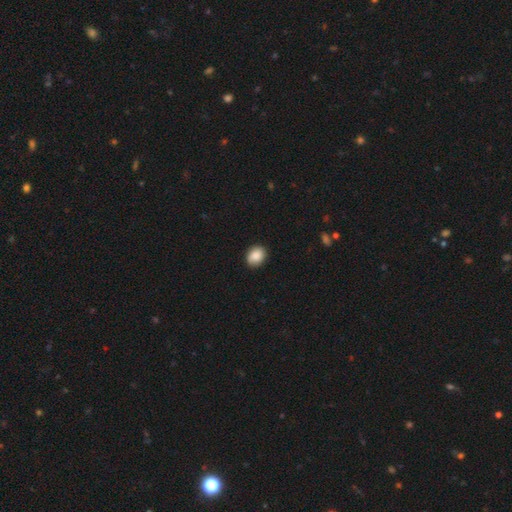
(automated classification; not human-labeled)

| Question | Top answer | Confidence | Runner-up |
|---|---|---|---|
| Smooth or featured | smooth | 87% | star or artifact (8%) |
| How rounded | in between | 55% | round (44%) |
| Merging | none | 83% | minor disturbance (13%) |